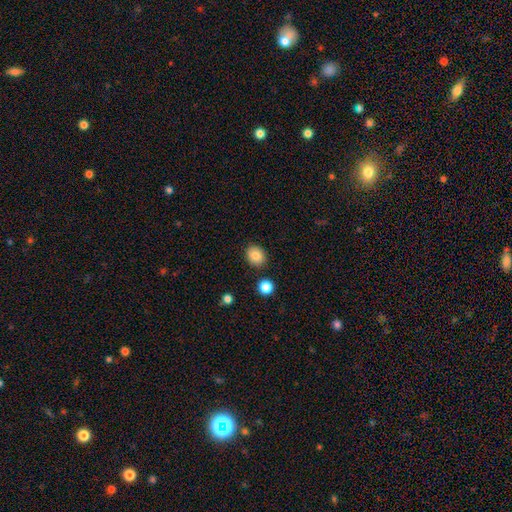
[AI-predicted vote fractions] Overall: smooth (84%). How rounded: round (60%; in between 40%). Merging: none (87%).